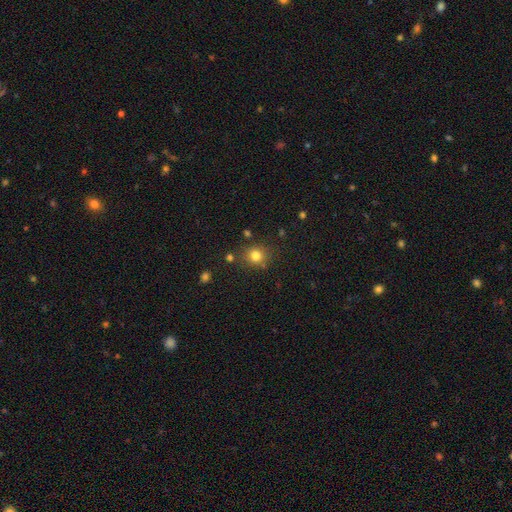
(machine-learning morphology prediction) A smooth galaxy with no disk features (79%) that is round (81%). Merging: none (80%).